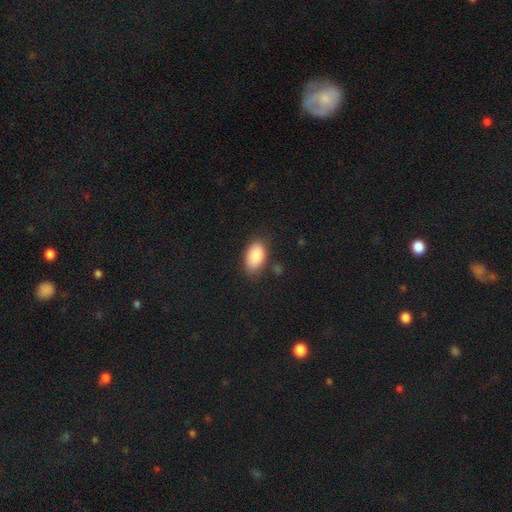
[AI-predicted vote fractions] Morphology: type=smooth (87%); roundness=in between (93%); merging=none (78%).